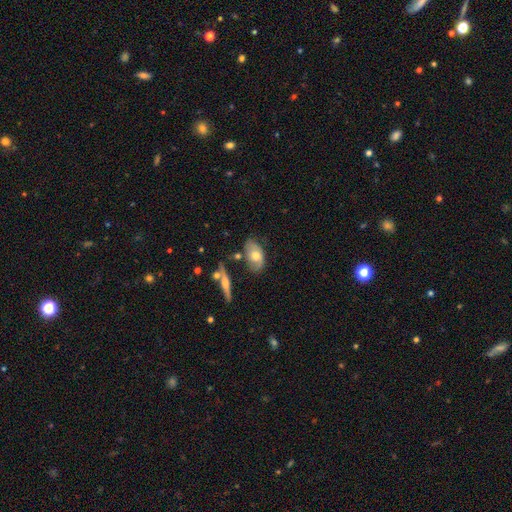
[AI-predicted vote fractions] The model was most divided on "smooth or featured": smooth: 55%, featured or disk: 38%, star or artifact: 7%. More confident: how rounded — in between (89%); merging — none (59%).